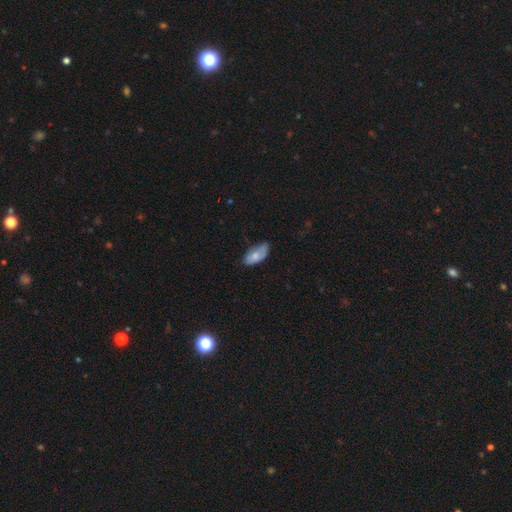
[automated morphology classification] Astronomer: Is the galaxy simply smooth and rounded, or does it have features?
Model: smooth — 72%.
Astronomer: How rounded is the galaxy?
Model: in between — 92%.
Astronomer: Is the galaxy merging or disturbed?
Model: none — 54% (runner-up: minor disturbance, 36%).